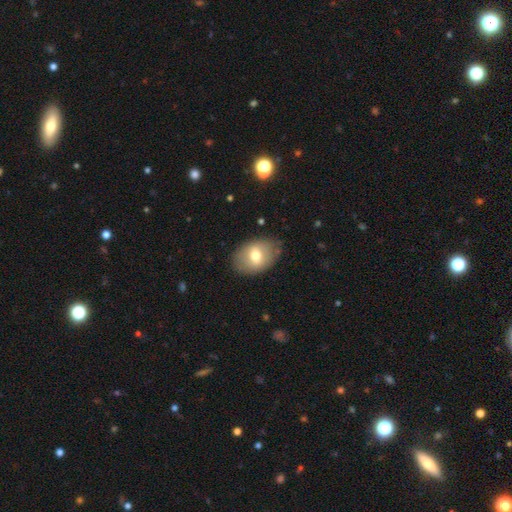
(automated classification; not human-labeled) Smooth or featured: smooth — 65% (featured or disk — 27%)
How rounded: in between — 80% (round — 19%)
Merging: none — 80% (minor disturbance — 15%)